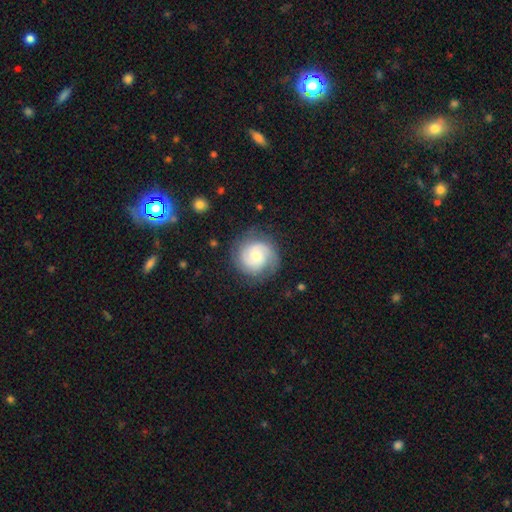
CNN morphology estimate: Smooth or featured: featured or disk — 75% (smooth — 19%)
Edge-on disk: no — 98% (yes — 2%)
Bar: no — 59% (weak — 35%)
Spiral arms: yes — 95% (no — 5%)
Spiral winding: tight — 48% (medium — 40%)
Spiral arm count: 2 — 64% (3 — 13%)
Bulge size: small — 50% (moderate — 40%)
Merging: none — 79% (minor disturbance — 13%)